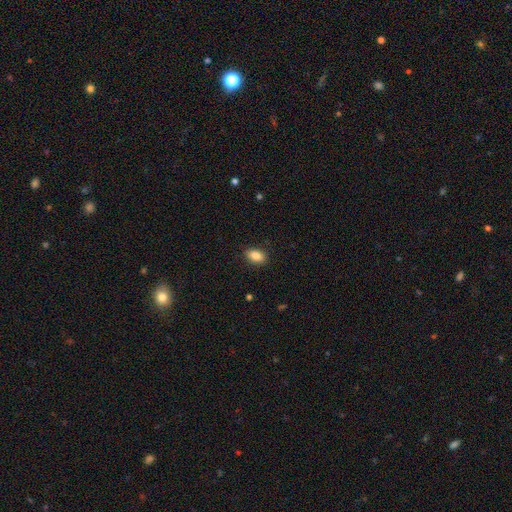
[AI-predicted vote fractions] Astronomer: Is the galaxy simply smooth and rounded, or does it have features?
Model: smooth — 86%.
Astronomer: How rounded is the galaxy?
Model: in between — 87%.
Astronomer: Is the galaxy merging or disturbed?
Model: none — 89%.